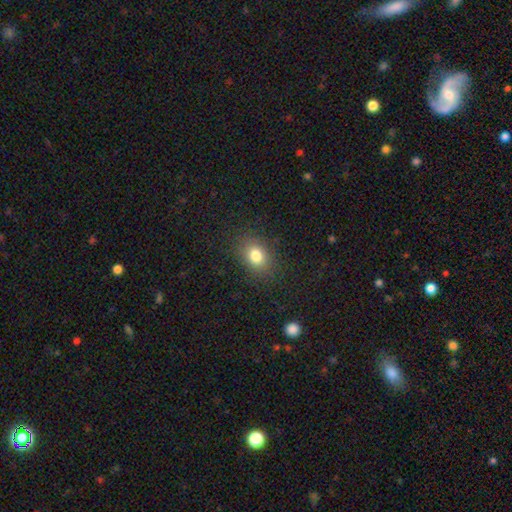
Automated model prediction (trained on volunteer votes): Morphology: type=smooth (81%); roundness=in between (63%); merging=none (86%).